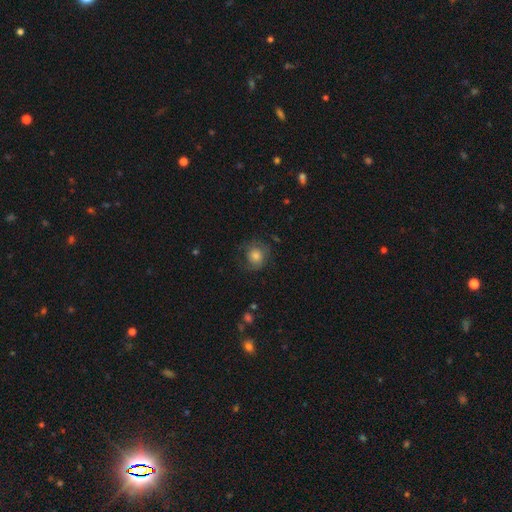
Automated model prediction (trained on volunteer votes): smooth_or_featured: smooth (p=0.57) [alt: featured or disk p=0.33]
how_rounded: round (p=0.81) [alt: in between p=0.18]
merging: none (p=0.66) [alt: minor disturbance p=0.19]